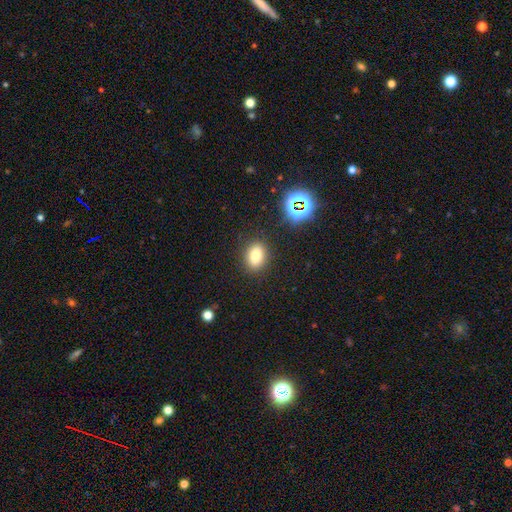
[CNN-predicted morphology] smooth-or-featured: smooth: 78% | star or artifact: 14% | featured or disk: 8%
  how-rounded: in between: 70% | round: 28% | cigar-shaped: 2%
  merging: none: 86% | minor disturbance: 9% | major disturbance: 3% | merger: 2%